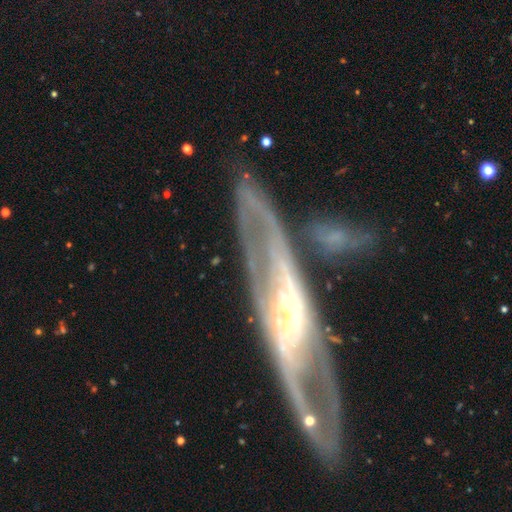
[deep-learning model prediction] smooth-or-featured: featured or disk: 86% | smooth: 8% | star or artifact: 6%
  disk-edge-on: no: 60% | yes: 40%
    bar: no: 38% | strong: 31% | weak: 30%
    has-spiral-arms: yes: 82% | no: 18%
    bulge-size: small: 48% | moderate: 33% | large: 12% | none: 4% | dominant: 3%
  merging: none: 67% | minor disturbance: 14% | merger: 10% | major disturbance: 9%